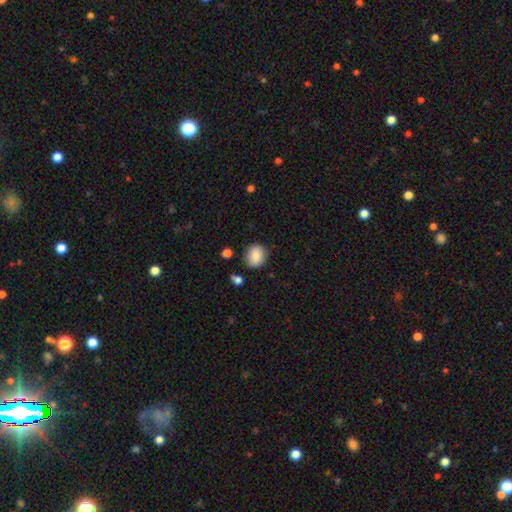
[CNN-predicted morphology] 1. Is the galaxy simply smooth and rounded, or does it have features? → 81% smooth, 10% featured or disk, 9% star or artifact.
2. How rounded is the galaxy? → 70% round, 29% in between, 1% cigar-shaped.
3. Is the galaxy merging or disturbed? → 84% none, 11% minor disturbance, 3% merger, 3% major disturbance.